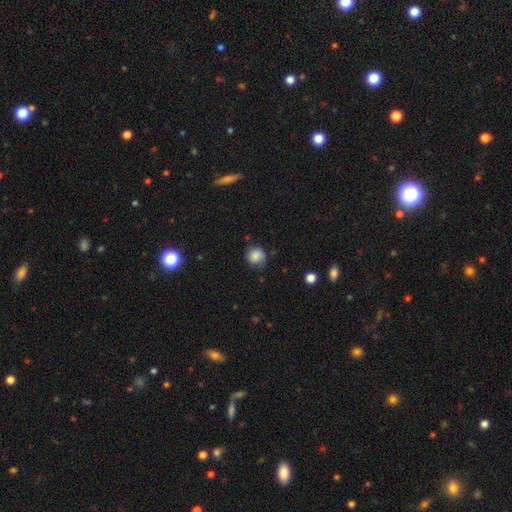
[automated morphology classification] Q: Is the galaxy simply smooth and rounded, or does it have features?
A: smooth — 75%.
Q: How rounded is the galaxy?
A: round — 84%.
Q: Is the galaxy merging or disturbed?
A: none — 65%.